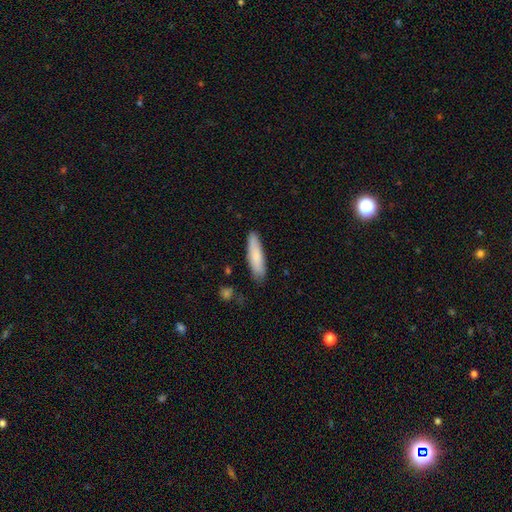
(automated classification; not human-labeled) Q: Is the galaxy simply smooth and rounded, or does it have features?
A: smooth — 81%.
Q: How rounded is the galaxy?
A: cigar-shaped — 71%.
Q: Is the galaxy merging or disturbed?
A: none — 83%.